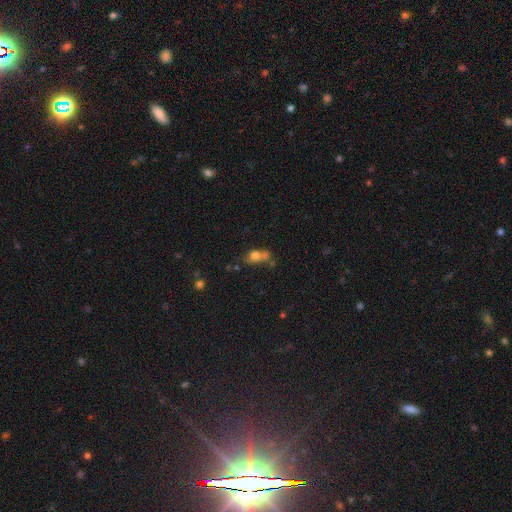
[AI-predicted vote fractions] smooth-or-featured: smooth: 71% | featured or disk: 15% | star or artifact: 14%
  how-rounded: in between: 56% | round: 40% | cigar-shaped: 4%
  merging: merger: 38% | none: 35% | minor disturbance: 17% | major disturbance: 10%